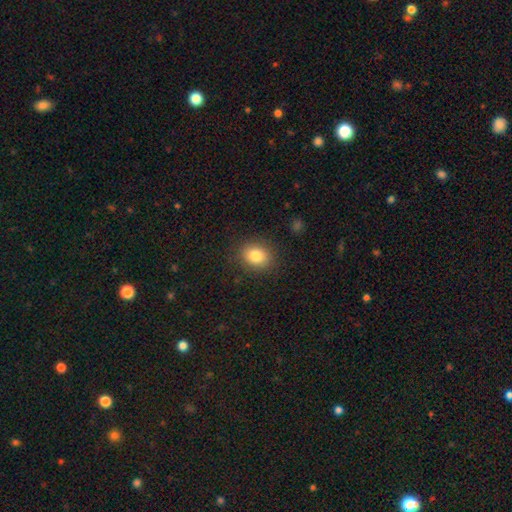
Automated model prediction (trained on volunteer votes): Smooth or featured: smooth — 83% (star or artifact — 10%)
How rounded: round — 56% (in between — 43%)
Merging: none — 86% (minor disturbance — 10%)